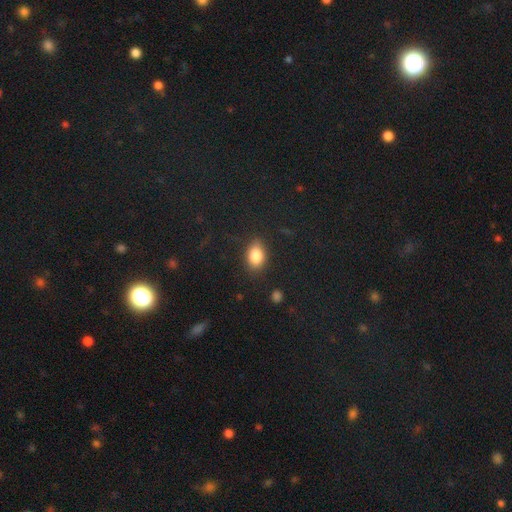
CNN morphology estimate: The model was most divided on "how rounded": in between: 81%, round: 17%, cigar-shaped: 2%. More confident: smooth or featured — smooth (84%); merging — none (82%).